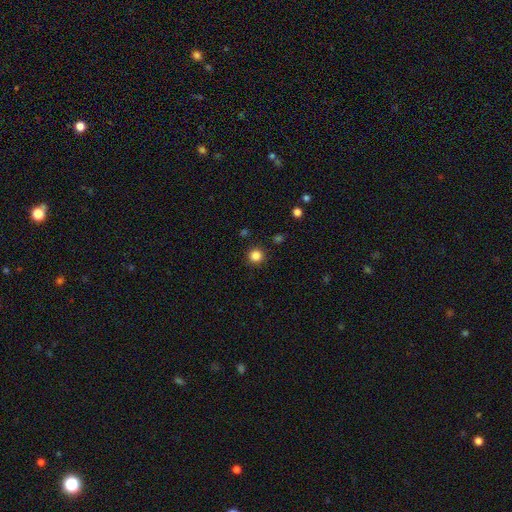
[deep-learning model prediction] Q: Smooth or featured?
A: smooth (84%); runner-up: star or artifact (12%)
Q: How rounded?
A: round (95%); runner-up: in between (4%)
Q: Merging?
A: none (92%); runner-up: minor disturbance (5%)